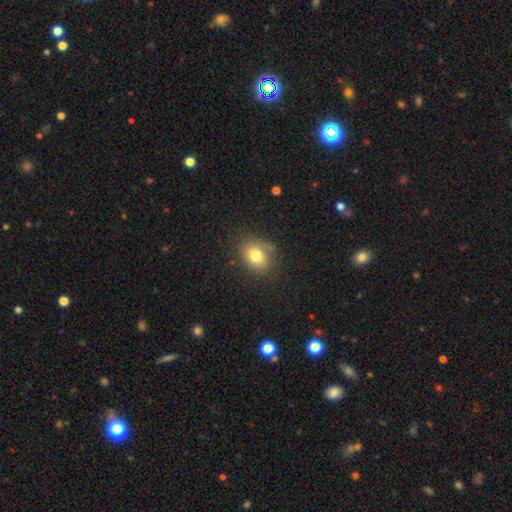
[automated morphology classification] A smooth galaxy with no disk features (77%) that is in between round and cigar-shaped (59%). Merging: none (70%).